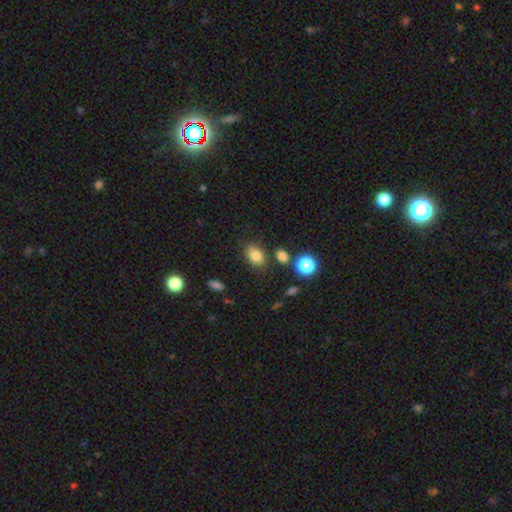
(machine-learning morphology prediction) A smooth galaxy with no disk features (81%) that is in between round and cigar-shaped (78%).

Vote fractions:
- Smooth or featured? smooth: 81% / star or artifact: 11% / featured or disk: 8%
- How rounded? in between: 78% / round: 21% / cigar-shaped: 1%
- Merging? none: 76% / minor disturbance: 13% / merger: 6% / major disturbance: 4%